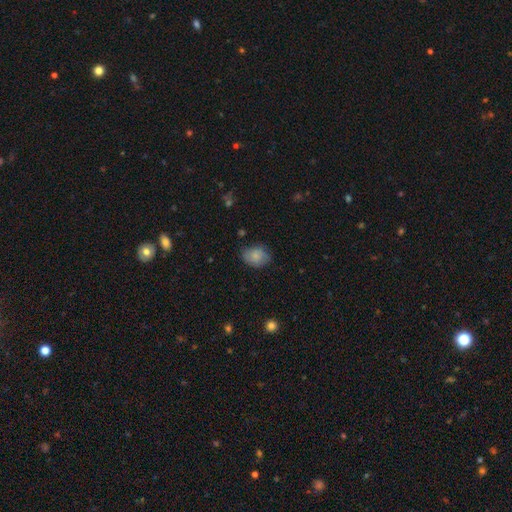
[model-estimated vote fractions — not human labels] This is likely a smooth galaxy (79%). How rounded: likely in between (64%). Merging: likely none (69%).